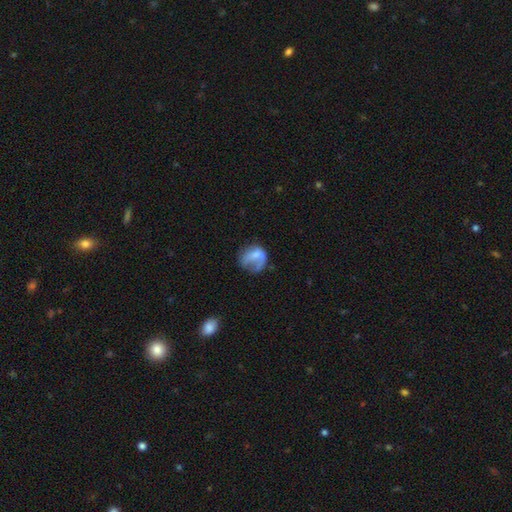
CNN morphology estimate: Smooth or featured?
  - smooth: 53% *
  - featured or disk: 38%
  - star or artifact: 9%
How rounded?
  - round: 61% *
  - in between: 38%
  - cigar-shaped: 1%
Merging?
  - major disturbance: 40% *
  - none: 33%
  - minor disturbance: 24%
  - merger: 3%